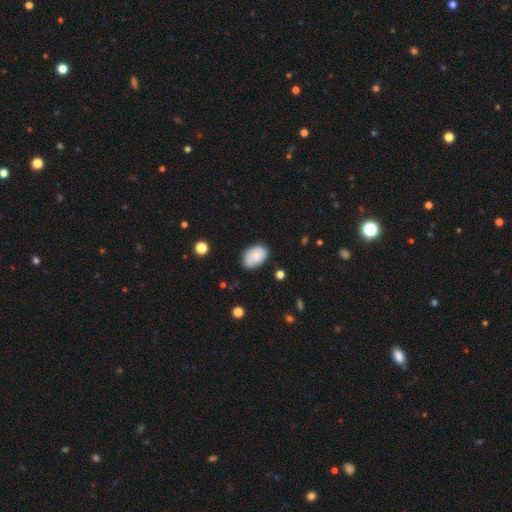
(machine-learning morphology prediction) smooth_or_featured: smooth (p=0.80) [alt: featured or disk p=0.13]
how_rounded: in between (p=0.83) [alt: round p=0.16]
merging: none (p=0.66) [alt: minor disturbance p=0.26]